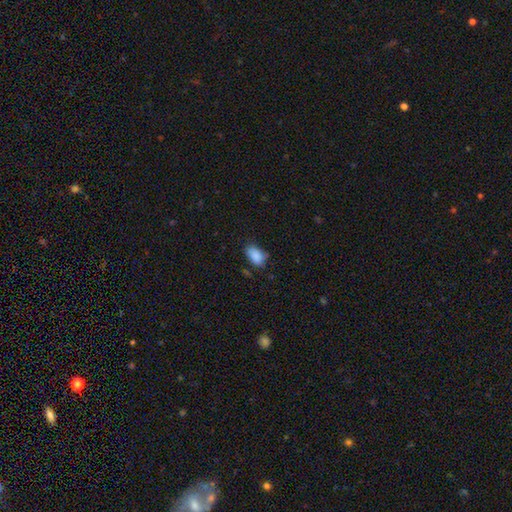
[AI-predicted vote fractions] Smooth or featured: smooth — 87% (star or artifact — 8%)
How rounded: in between — 90% (round — 8%)
Merging: none — 65% (minor disturbance — 26%)